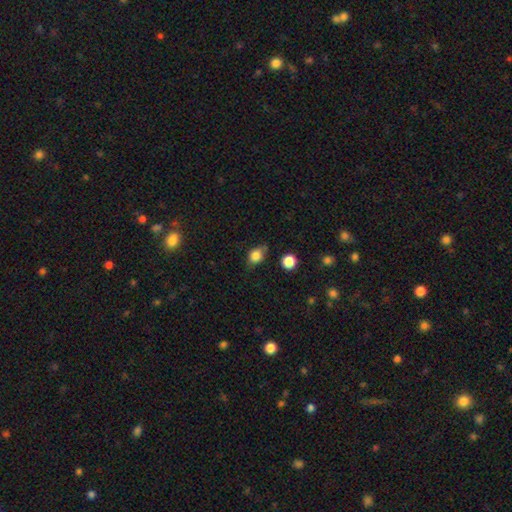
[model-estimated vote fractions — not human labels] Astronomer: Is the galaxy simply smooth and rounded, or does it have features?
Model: smooth — 80%.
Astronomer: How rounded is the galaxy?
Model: in between — 52% (runner-up: round, 46%).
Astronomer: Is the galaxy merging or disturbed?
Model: none — 62%.